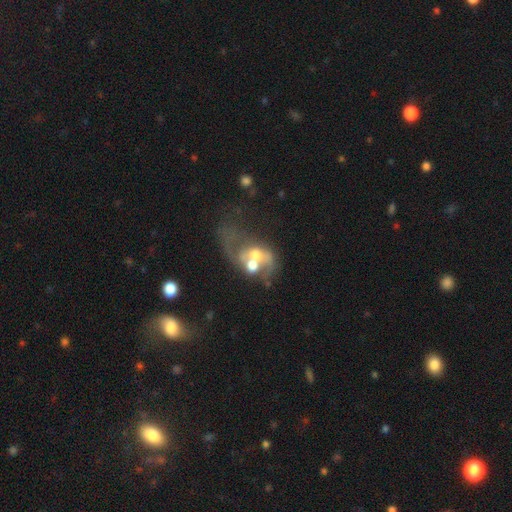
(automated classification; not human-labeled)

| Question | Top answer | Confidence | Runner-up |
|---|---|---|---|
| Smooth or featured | featured or disk | 64% | smooth (25%) |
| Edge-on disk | no | 97% | yes (3%) |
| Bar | no | 71% | weak (22%) |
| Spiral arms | yes | 58% | no (42%) |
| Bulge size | moderate | 56% | large (18%) |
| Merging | merger | 56% | major disturbance (22%) |